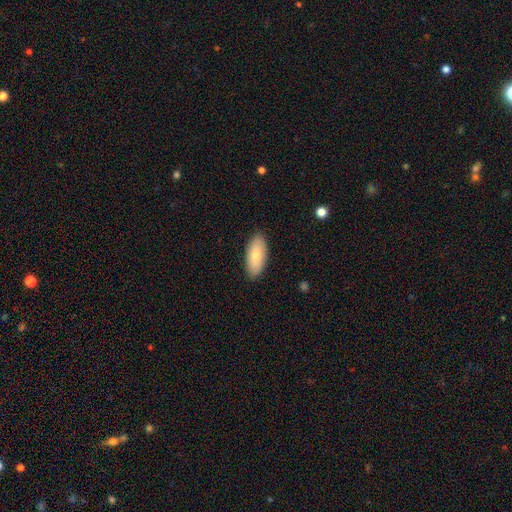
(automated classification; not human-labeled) smooth 77%, featured or disk 18%, star or artifact 6%. Down the decision tree: how rounded — in between (88%); merging — none (88%).